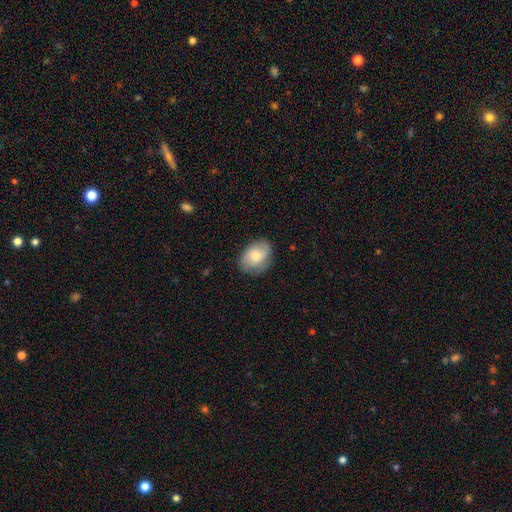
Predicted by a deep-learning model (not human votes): smooth-or-featured: smooth: 59% | featured or disk: 34% | star or artifact: 7%
  how-rounded: in between: 67% | round: 31% | cigar-shaped: 1%
  merging: none: 77% | minor disturbance: 17% | major disturbance: 4% | merger: 1%